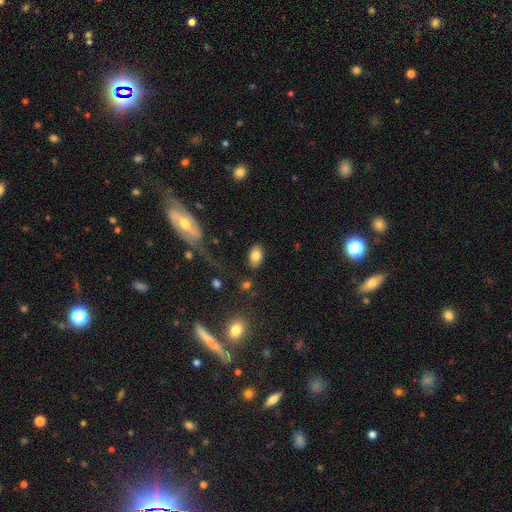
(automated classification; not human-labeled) smooth 81%, featured or disk 11%, star or artifact 8%. Down the decision tree: how rounded — in between (89%); merging — none (82%).